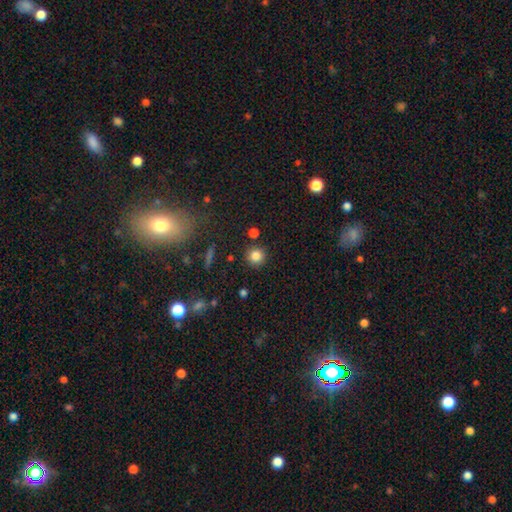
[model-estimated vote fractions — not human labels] smooth 83%, star or artifact 12%, featured or disk 6%. Down the decision tree: how rounded — round (93%); merging — none (87%).